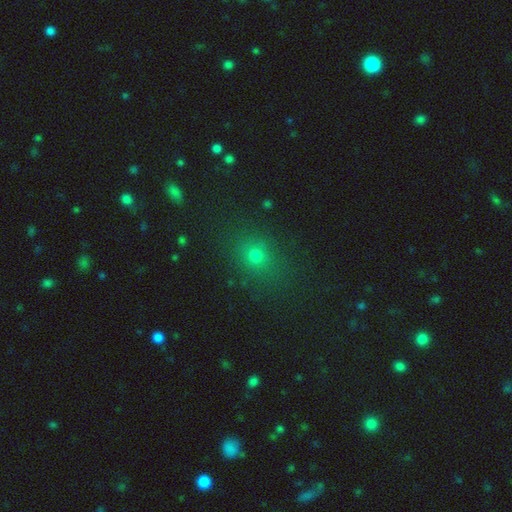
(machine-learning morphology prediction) This appears to be a smooth galaxy with no disk features (69%) that is round (71%). Merging: none (83%).